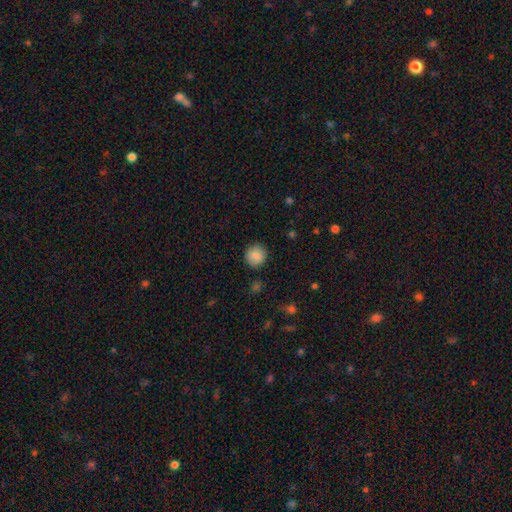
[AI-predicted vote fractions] This appears to be a smooth galaxy with no disk features (85%) that is round (93%). Merging: none (88%).